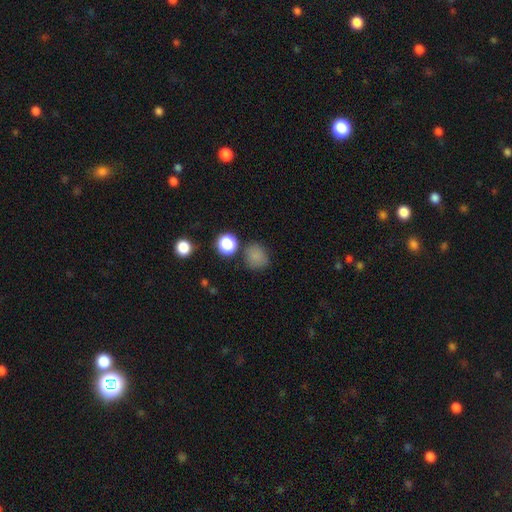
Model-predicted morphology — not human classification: Smooth or featured? smooth (79%)
How rounded? round (81%)
Merging? none (73%)